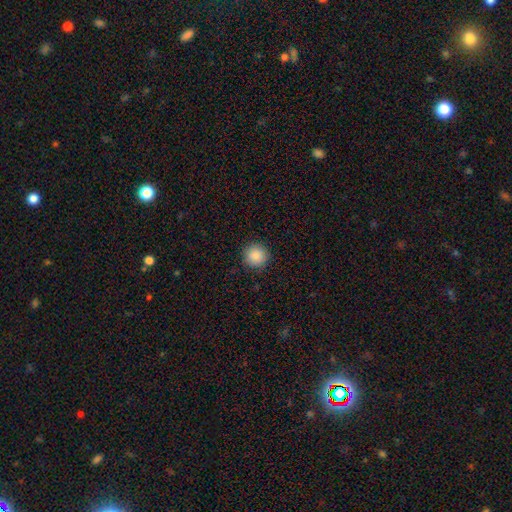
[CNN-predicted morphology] This is clearly a smooth galaxy (88%). How rounded: clearly round (95%). Merging: clearly none (92%).